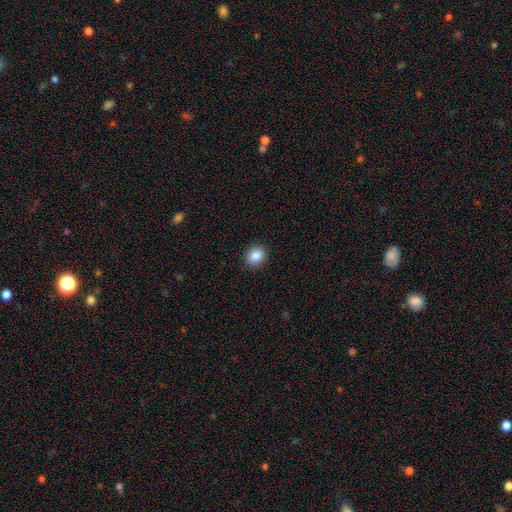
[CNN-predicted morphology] A smooth galaxy with no disk features (87%) that is round (68%).

Vote fractions:
- Smooth or featured? smooth: 87% / star or artifact: 9% / featured or disk: 4%
- How rounded? round: 68% / in between: 31% / cigar-shaped: 1%
- Merging? none: 91% / minor disturbance: 6% / major disturbance: 2% / merger: 1%